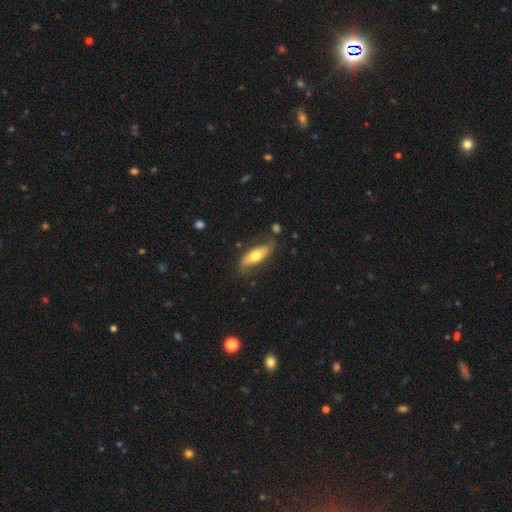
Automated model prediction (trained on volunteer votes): smooth_or_featured: smooth (p=0.61) [alt: featured or disk p=0.33]
how_rounded: in between (p=0.66) [alt: cigar-shaped p=0.32]
merging: none (p=0.72) [alt: minor disturbance p=0.20]